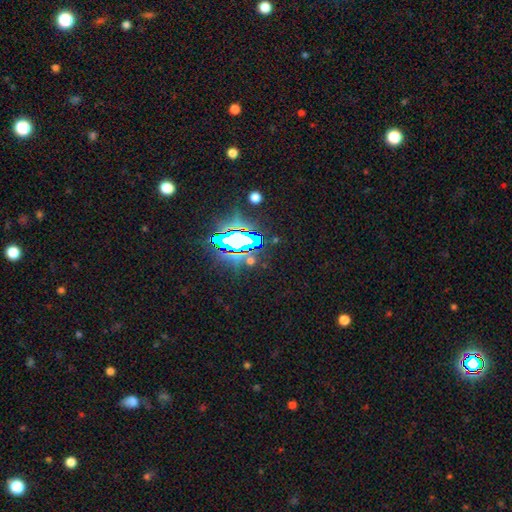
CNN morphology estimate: This appears to be a star or artifact, not a galaxy (81%).